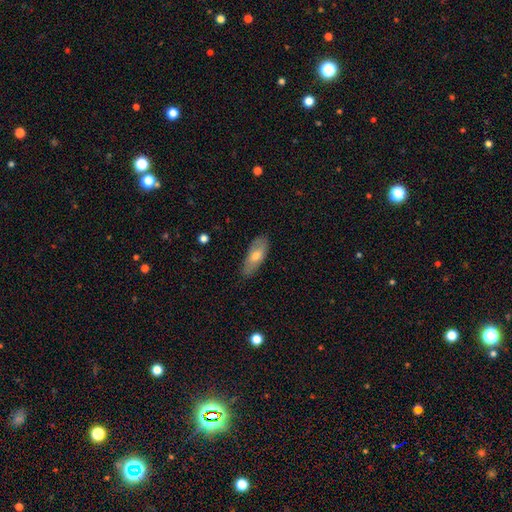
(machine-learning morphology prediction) The model was most divided on "smooth or featured": smooth: 62%, featured or disk: 32%, star or artifact: 6%. More confident: merging — none (81%); how rounded — in between (76%).